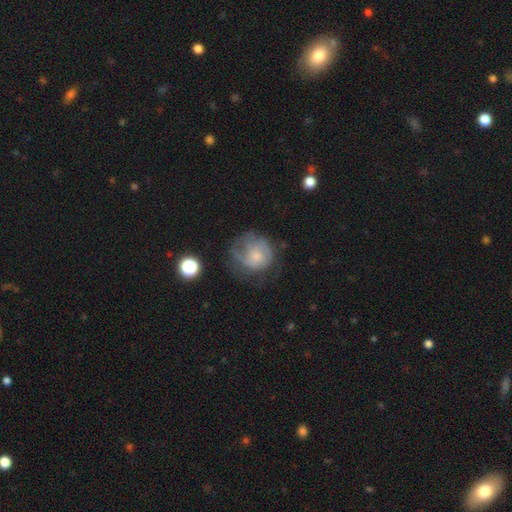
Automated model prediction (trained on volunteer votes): featured or disk 59%, smooth 33%, star or artifact 9%. Down the decision tree: edge-on disk — no (98%); bar — no (76%); spiral arms — yes (79%); bulge size — small (45%); merging — none (45%).